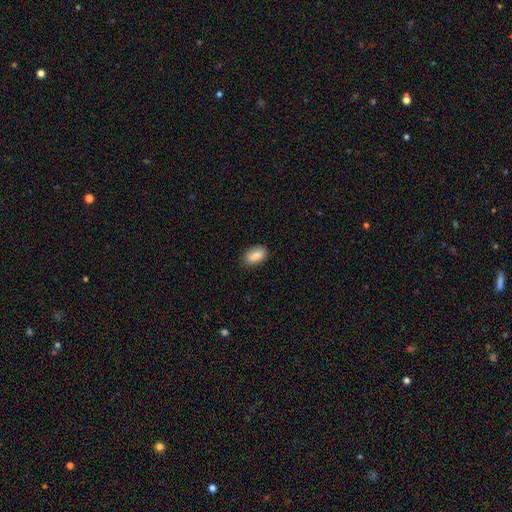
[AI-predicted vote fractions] smooth_or_featured: smooth (p=0.84) [alt: featured or disk p=0.09]
how_rounded: in between (p=0.90) [alt: round p=0.07]
merging: none (p=0.86) [alt: minor disturbance p=0.11]